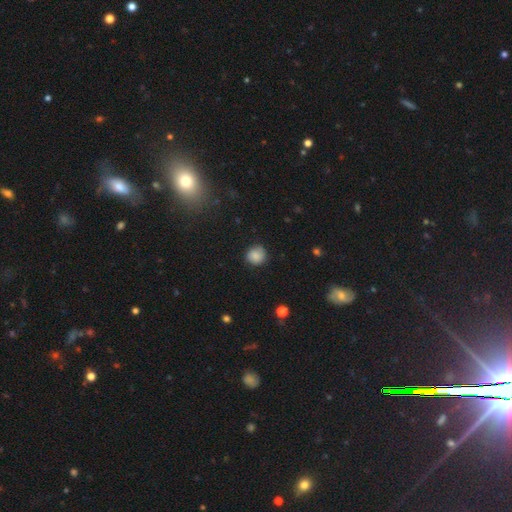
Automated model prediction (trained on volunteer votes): This is clearly a smooth galaxy (81%). How rounded: clearly round (85%). Merging: likely none (77%).